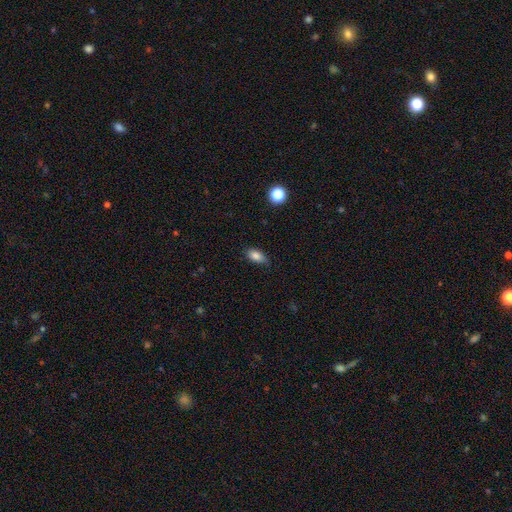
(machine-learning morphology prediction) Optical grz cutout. It shows a smooth galaxy with no disk features (83%) that is in between round and cigar-shaped (87%). Merging: none (75%).